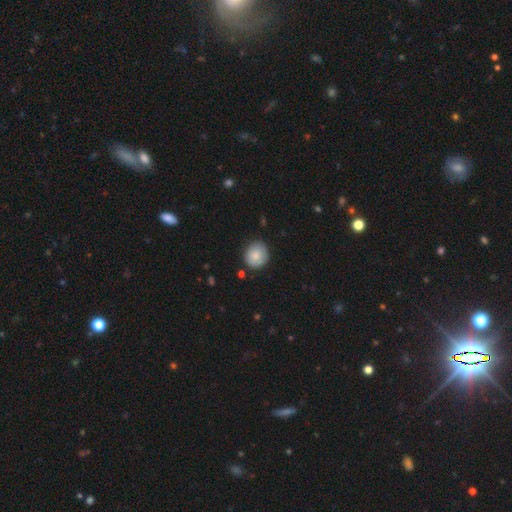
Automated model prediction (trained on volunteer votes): Smooth or featured? Predicted: smooth (p=0.85). How rounded? Predicted: round (p=0.85). Merging? Predicted: none (p=0.83).